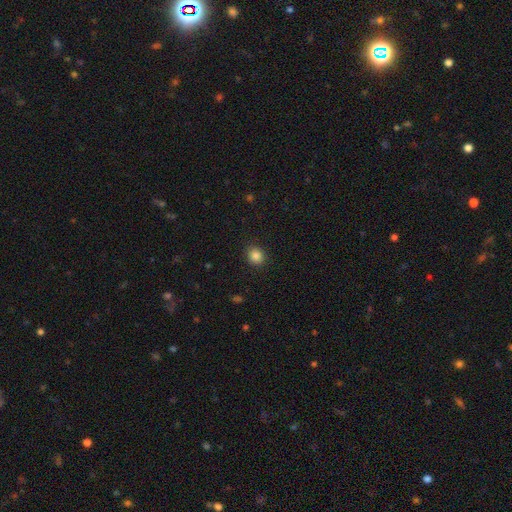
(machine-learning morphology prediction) The model was most divided on "how rounded": round: 79%, in between: 20%, cigar-shaped: 1%. More confident: merging — none (89%); smooth or featured — smooth (86%).